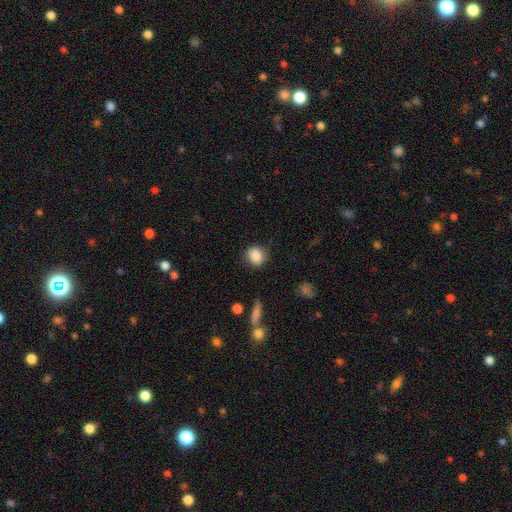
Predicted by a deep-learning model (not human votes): Smooth or featured? smooth (86%)
How rounded? round (74%)
Merging? none (82%)